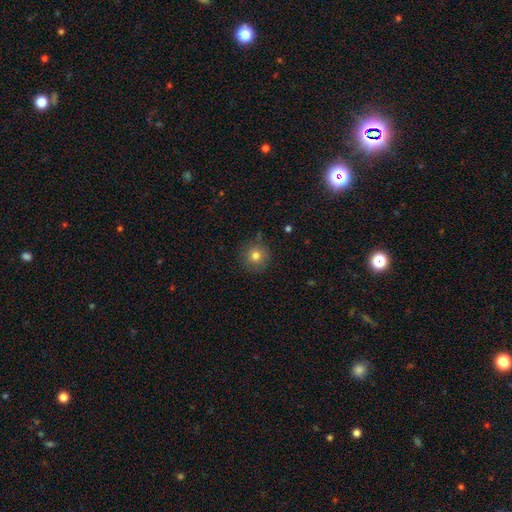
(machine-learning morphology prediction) Smooth or featured: smooth — 79% (star or artifact — 12%)
How rounded: round — 94% (in between — 5%)
Merging: none — 87% (minor disturbance — 9%)